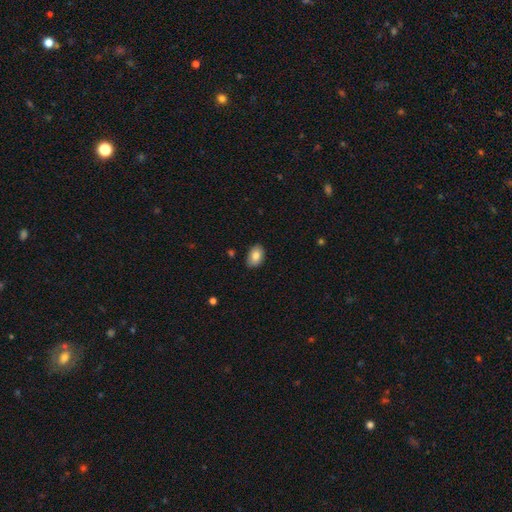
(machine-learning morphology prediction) This is clearly a smooth galaxy (83%). How rounded: clearly in between (88%). Merging: clearly none (87%).